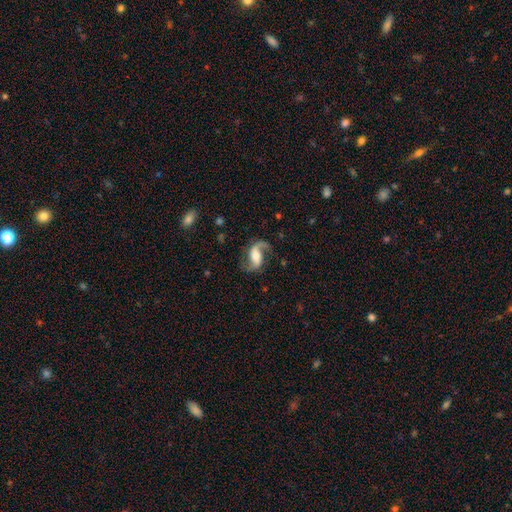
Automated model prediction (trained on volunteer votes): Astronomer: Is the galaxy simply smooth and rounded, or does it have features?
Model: featured or disk — 84%.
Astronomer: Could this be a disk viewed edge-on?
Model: no — 97%.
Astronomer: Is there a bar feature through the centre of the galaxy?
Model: weak — 39% (runner-up: no, 34%).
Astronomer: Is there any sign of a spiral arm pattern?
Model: yes — 96%.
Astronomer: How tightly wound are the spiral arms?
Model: loose — 58% (runner-up: medium, 35%).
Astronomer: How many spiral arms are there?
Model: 2 — 81%.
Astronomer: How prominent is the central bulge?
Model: moderate — 40% (runner-up: large, 28%).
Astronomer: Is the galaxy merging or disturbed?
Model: none — 67%.